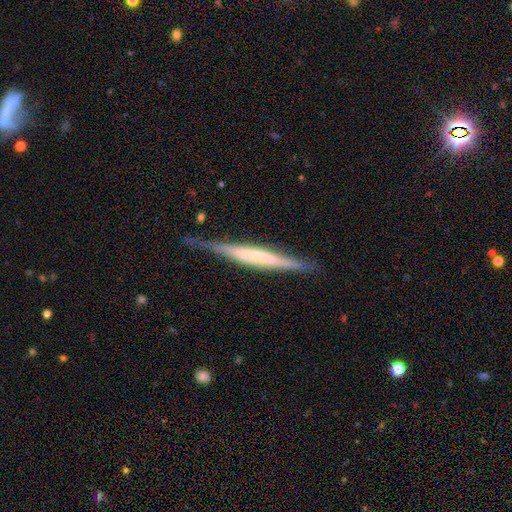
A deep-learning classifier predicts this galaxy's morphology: Smooth or featured? Predicted: featured or disk (p=0.62). Edge-on disk? Predicted: yes (p=0.96). Edge-on bulge? Predicted: none (p=0.51). Merging? Predicted: none (p=0.77).